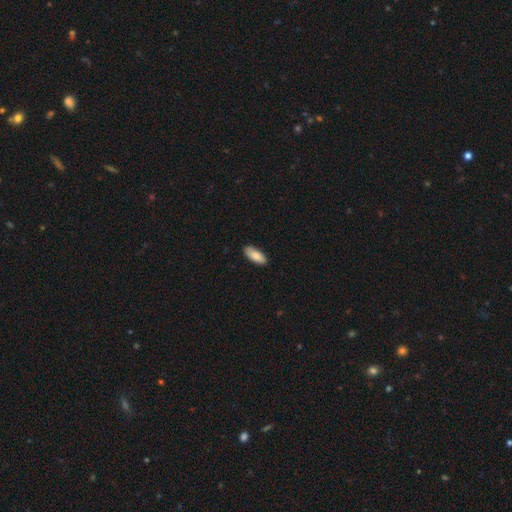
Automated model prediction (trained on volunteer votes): This appears to be a smooth galaxy with no disk features (87%) that is in between round and cigar-shaped (82%). Merging: none (87%).